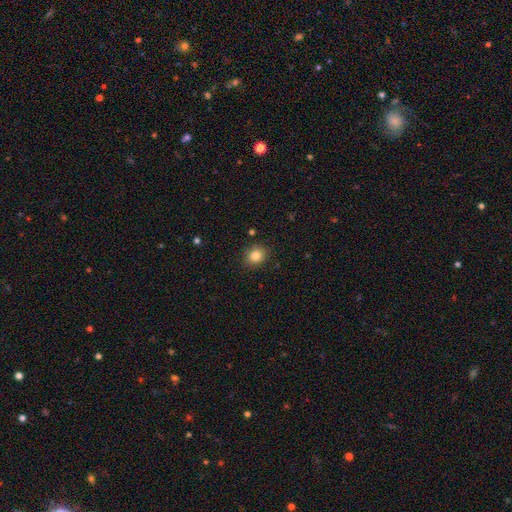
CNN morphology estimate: Smooth or featured? smooth (83%)
How rounded? round (75%)
Merging? none (89%)